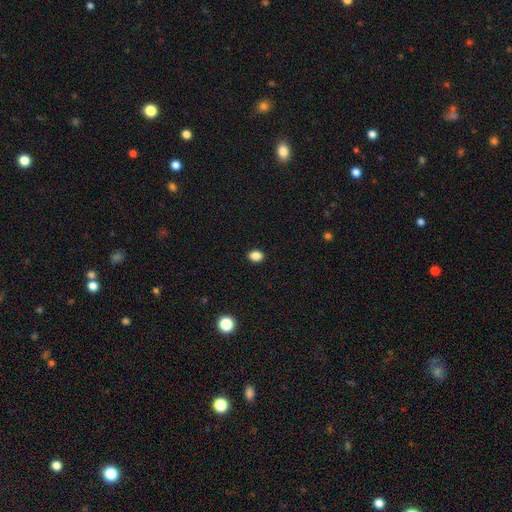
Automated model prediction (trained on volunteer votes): This appears to be a smooth galaxy with no disk features (87%) that is in between round and cigar-shaped (66%). Merging: none (91%).